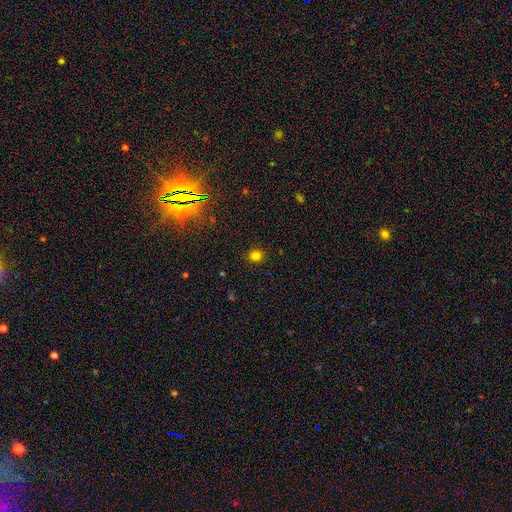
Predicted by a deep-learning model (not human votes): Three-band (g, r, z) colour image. It shows a smooth galaxy with no disk features (80%) that is round (85%). Merging: none (90%).